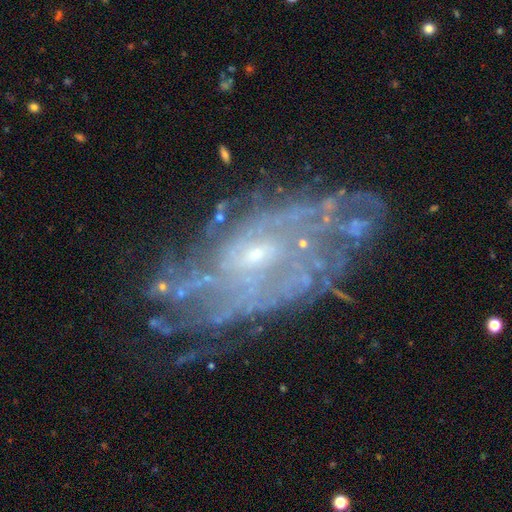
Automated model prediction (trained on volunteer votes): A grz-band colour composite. It shows a featured or disk galaxy (84%) with no bar (61%), tight (58%) spiral arms (84%) and a small central bulge (73%). Merging: none (65%).